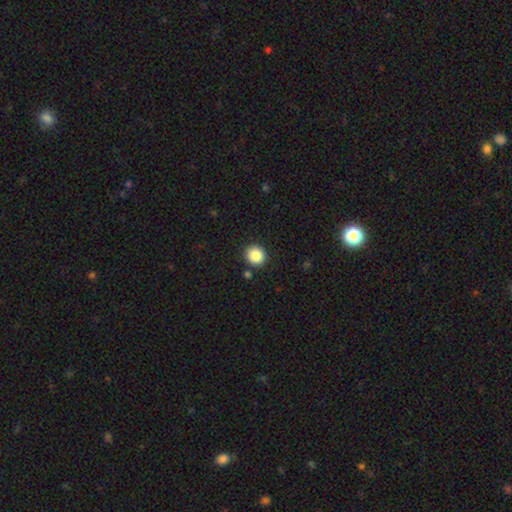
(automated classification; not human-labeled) This is clearly a smooth galaxy (86%). How rounded: clearly round (90%). Merging: clearly none (90%).